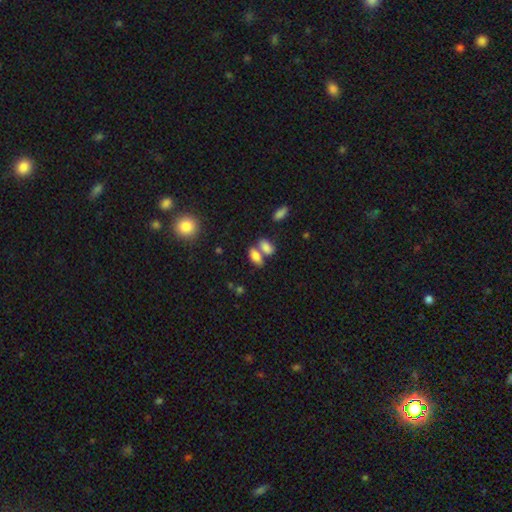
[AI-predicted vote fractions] Overall: smooth (81%). How rounded: in between (87%). Merging: merger (43%; none 42%).